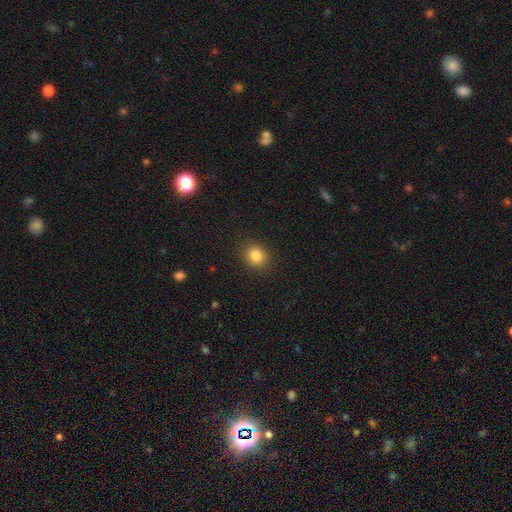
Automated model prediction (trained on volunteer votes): Morphology: type=smooth (83%); roundness=round (68%); merging=none (89%).